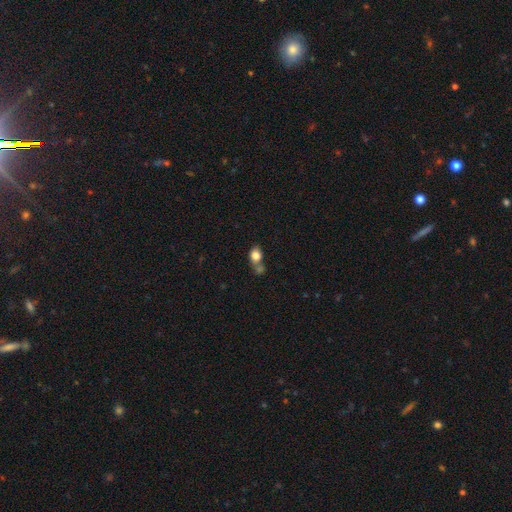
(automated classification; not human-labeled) Smooth or featured: smooth — 80% (featured or disk — 11%)
How rounded: in between — 57% (round — 41%)
Merging: merger — 46% (none — 32%)